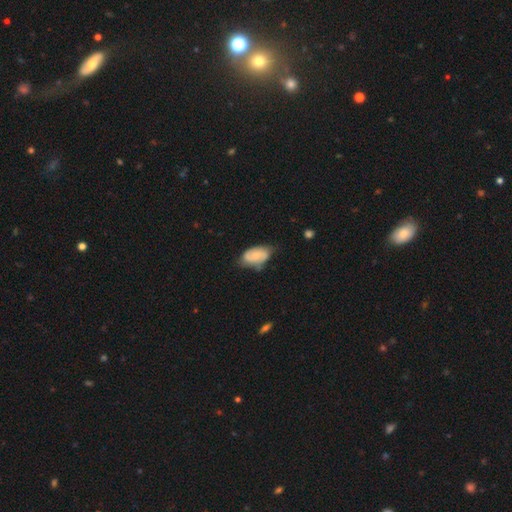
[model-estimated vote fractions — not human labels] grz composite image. It shows a smooth galaxy with no disk features (47%). Merging: none (56%).